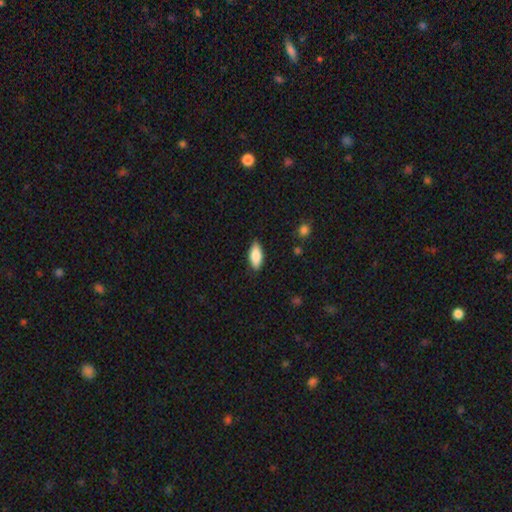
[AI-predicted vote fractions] Smooth or featured? smooth (83%)
How rounded? in between (81%)
Merging? none (86%)